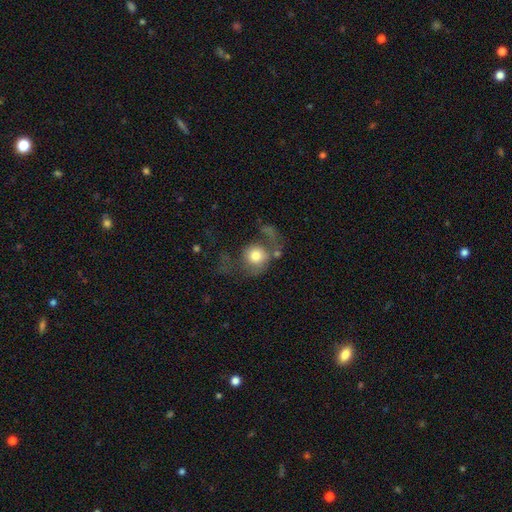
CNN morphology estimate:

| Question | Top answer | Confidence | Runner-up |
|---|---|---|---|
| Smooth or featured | smooth | 66% | featured or disk (26%) |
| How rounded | round | 80% | in between (19%) |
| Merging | major disturbance | 48% | none (26%) |